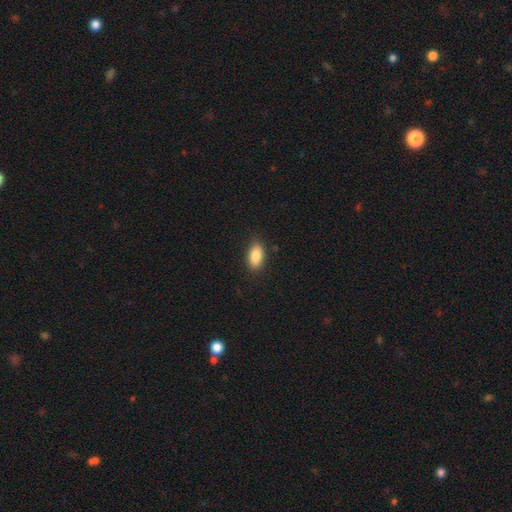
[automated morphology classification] Overall: smooth (87%). How rounded: in between (90%). Merging: none (87%).